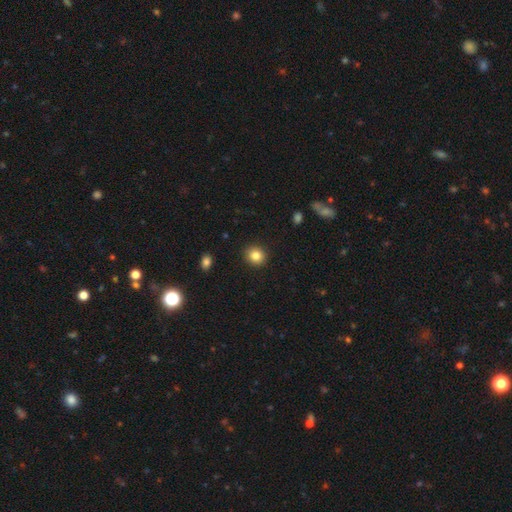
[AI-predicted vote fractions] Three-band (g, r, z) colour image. It shows a smooth galaxy with no disk features (85%) that is round (83%). Merging: none (91%).